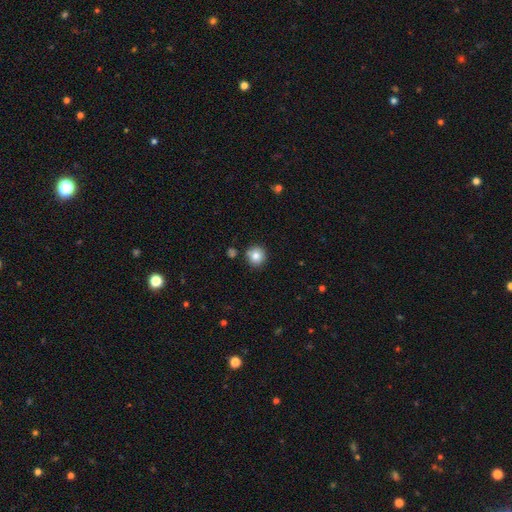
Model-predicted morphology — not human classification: Smooth or featured? smooth (84%)
How rounded? round (91%)
Merging? none (83%)